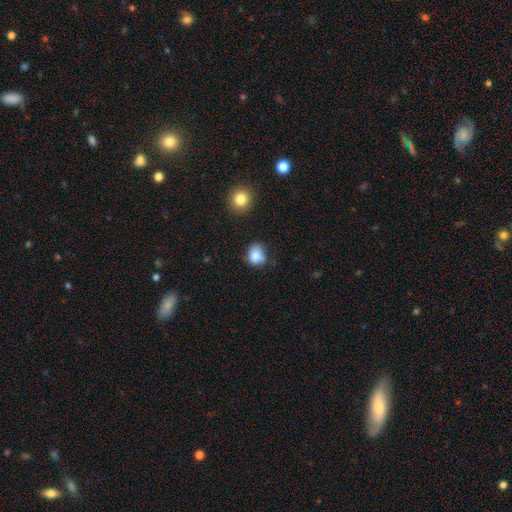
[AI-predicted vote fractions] This is clearly a smooth galaxy (81%). How rounded: possibly round (56%). Merging: possibly none (53%).